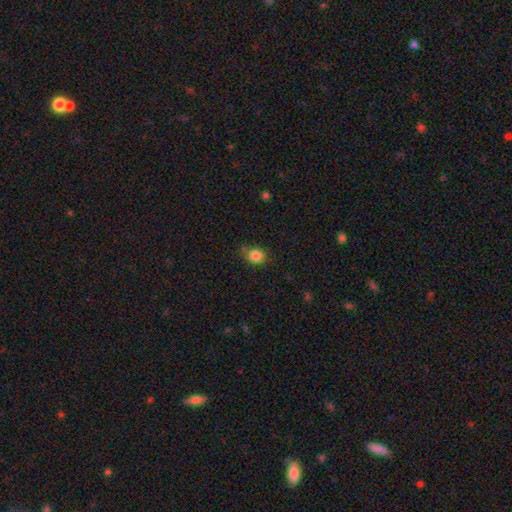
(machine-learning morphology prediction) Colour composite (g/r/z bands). It shows a smooth galaxy with no disk features (84%) that is round (70%). Merging: none (73%).